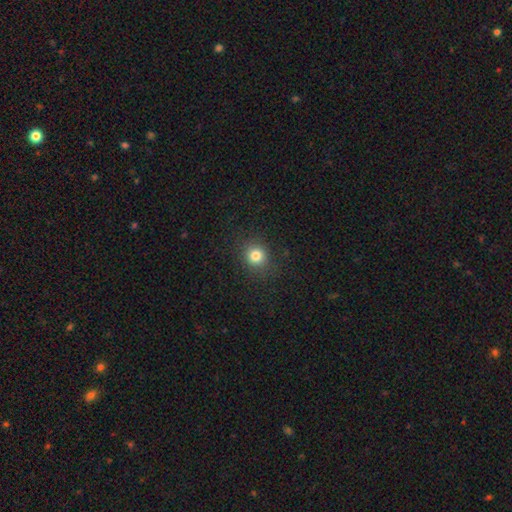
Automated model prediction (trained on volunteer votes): Smooth or featured?
  - smooth: 81% *
  - star or artifact: 13%
  - featured or disk: 5%
How rounded?
  - round: 87% *
  - in between: 12%
  - cigar-shaped: 1%
Merging?
  - none: 89% *
  - minor disturbance: 7%
  - major disturbance: 3%
  - merger: 1%